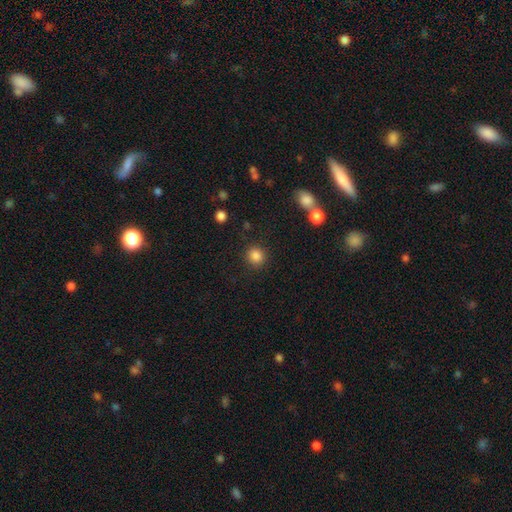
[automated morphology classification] Overall: smooth (85%). How rounded: round (90%). Merging: none (89%).